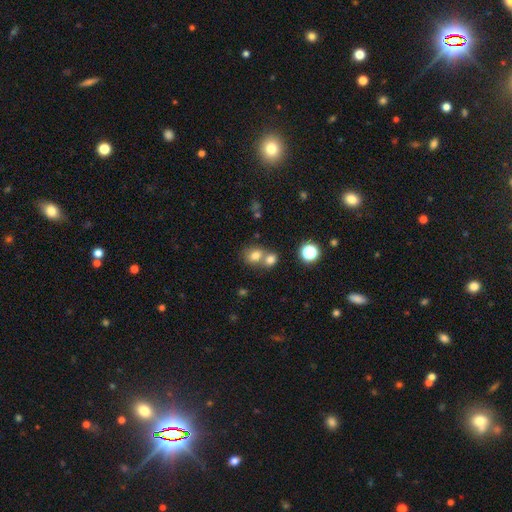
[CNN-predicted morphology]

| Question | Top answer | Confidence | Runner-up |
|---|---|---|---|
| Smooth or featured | smooth | 77% | star or artifact (13%) |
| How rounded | round | 55% | in between (44%) |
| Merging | merger | 48% | none (40%) |